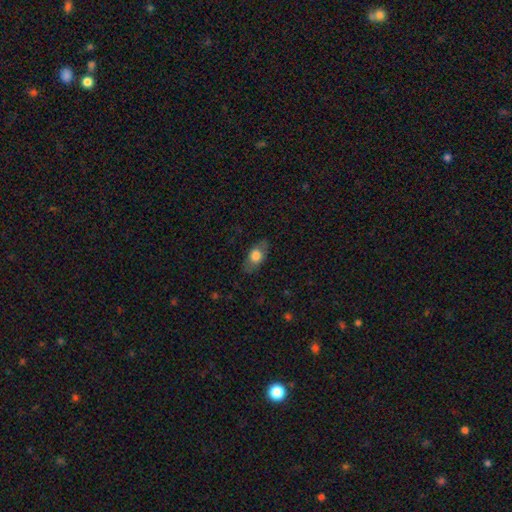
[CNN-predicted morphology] smooth 72%, featured or disk 21%, star or artifact 7%. Down the decision tree: how rounded — in between (85%); merging — none (80%).